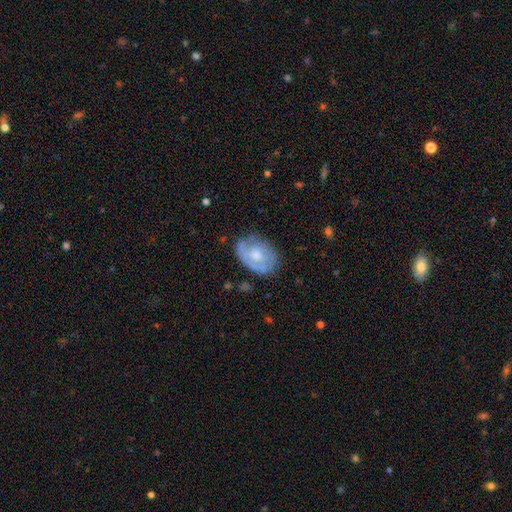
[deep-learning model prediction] A featured or disk galaxy (55%) with no bar (77%), spiral arms (61%) and a moderate central bulge (59%). Merging: none (62%).